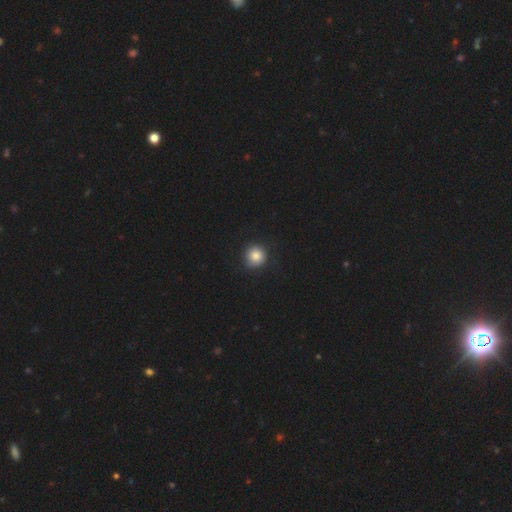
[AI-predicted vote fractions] Smooth or featured? smooth (83%)
How rounded? round (93%)
Merging? none (83%)